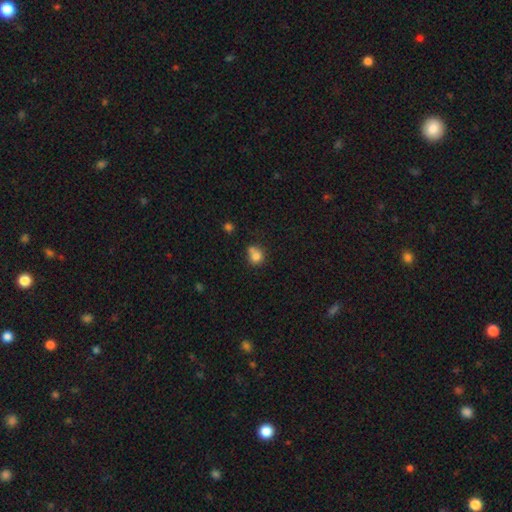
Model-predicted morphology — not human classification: type=smooth (78%); roundness=round (77%); merging=none (45%).